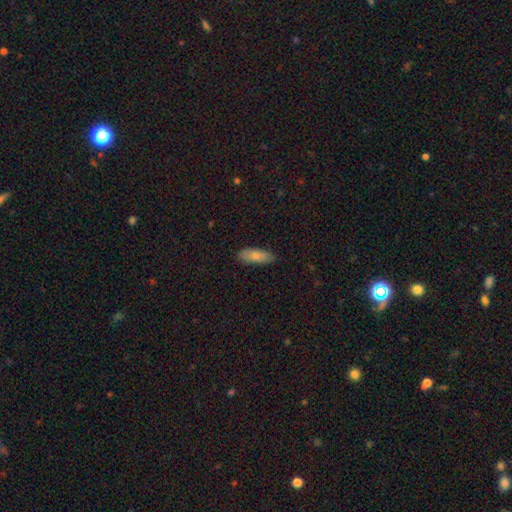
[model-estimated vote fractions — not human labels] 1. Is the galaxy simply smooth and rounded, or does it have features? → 75% smooth, 19% featured or disk, 6% star or artifact.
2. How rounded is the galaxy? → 68% in between, 29% cigar-shaped, 2% round.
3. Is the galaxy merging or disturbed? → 84% none, 13% minor disturbance, 2% major disturbance, 1% merger.